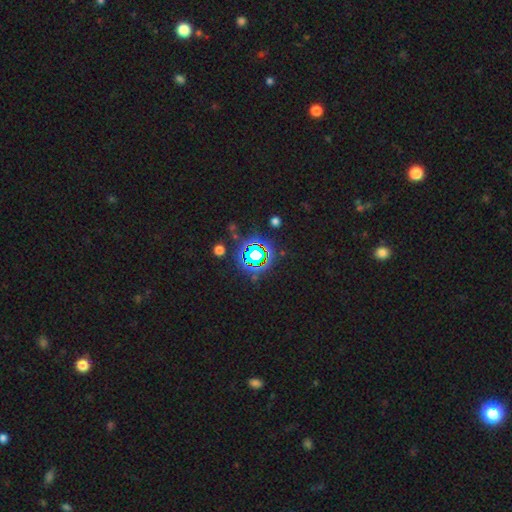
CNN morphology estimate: Smooth or featured?
  - star or artifact: 70% *
  - smooth: 17%
  - featured or disk: 12%